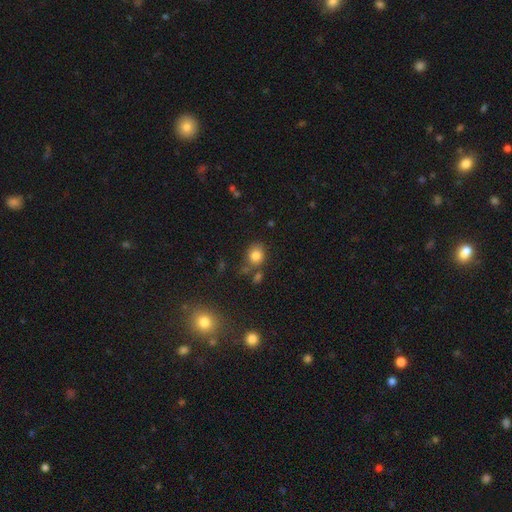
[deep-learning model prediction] smooth_or_featured: smooth (p=0.81) [alt: star or artifact p=0.12]
how_rounded: round (p=0.71) [alt: in between p=0.28]
merging: none (p=0.66) [alt: minor disturbance p=0.15]